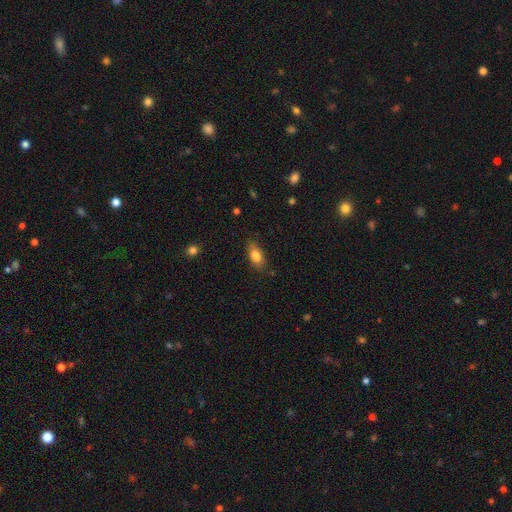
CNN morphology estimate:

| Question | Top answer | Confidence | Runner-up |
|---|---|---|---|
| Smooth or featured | smooth | 82% | featured or disk (11%) |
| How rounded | in between | 87% | cigar-shaped (8%) |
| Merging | none | 80% | minor disturbance (16%) |